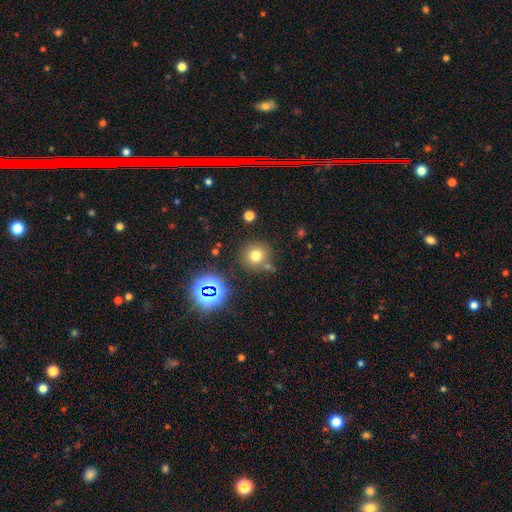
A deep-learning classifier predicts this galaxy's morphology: Smooth or featured: smooth — 72% (star or artifact — 18%)
How rounded: round — 93% (in between — 6%)
Merging: none — 77% (minor disturbance — 10%)